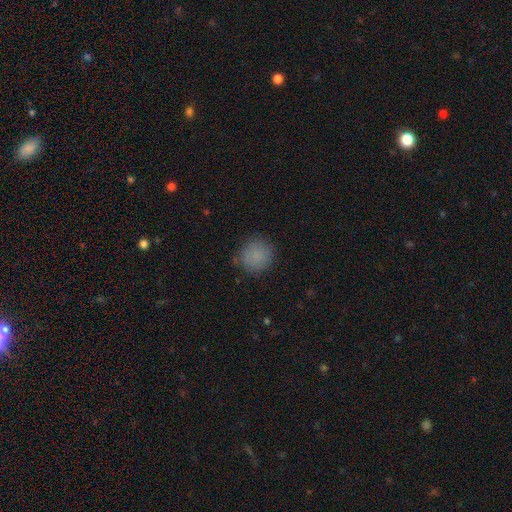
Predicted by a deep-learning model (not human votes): This appears to be a smooth galaxy with no disk features (84%) that is round (90%). Merging: none (82%).